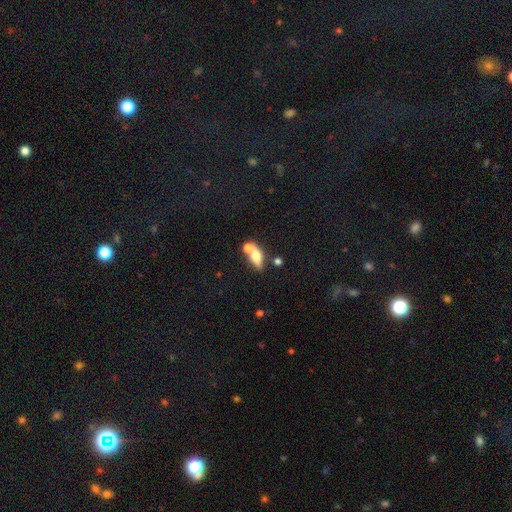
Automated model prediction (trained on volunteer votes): Overall: smooth (58%; featured or disk 32%). How rounded: in between (70%). Merging: none (42%; merger 39%).